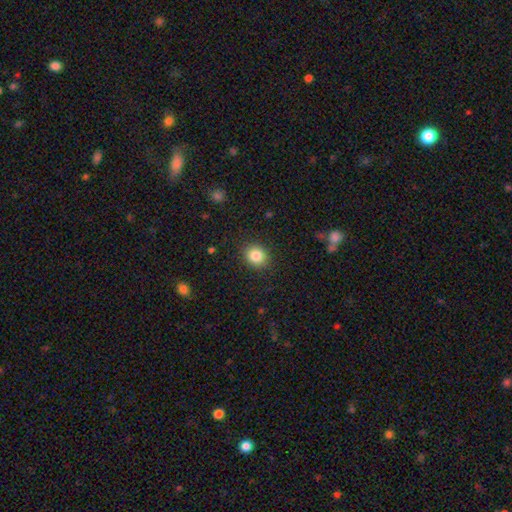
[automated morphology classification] type=smooth (84%); roundness=round (71%); merging=none (89%).